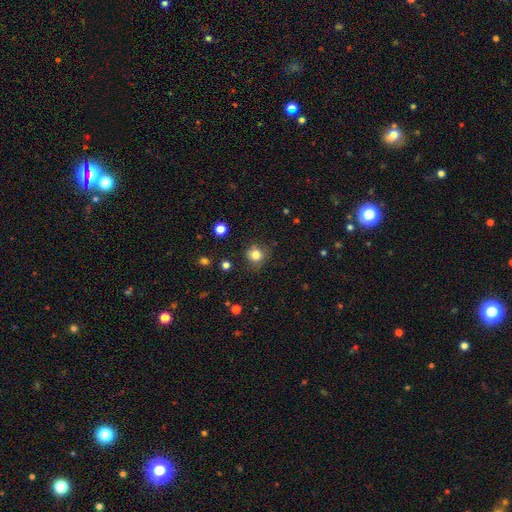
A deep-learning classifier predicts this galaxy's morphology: Smooth or featured? Predicted: smooth (p=0.81). How rounded? Predicted: round (p=0.83). Merging? Predicted: none (p=0.77).